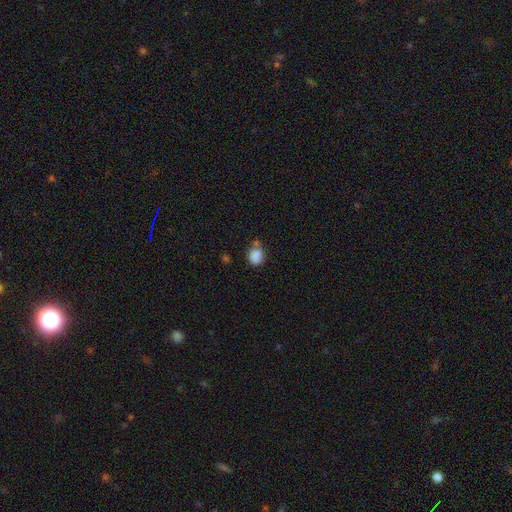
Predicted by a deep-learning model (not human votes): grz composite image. It shows a smooth galaxy with no disk features (85%) that is round (67%). Merging: none (57%).